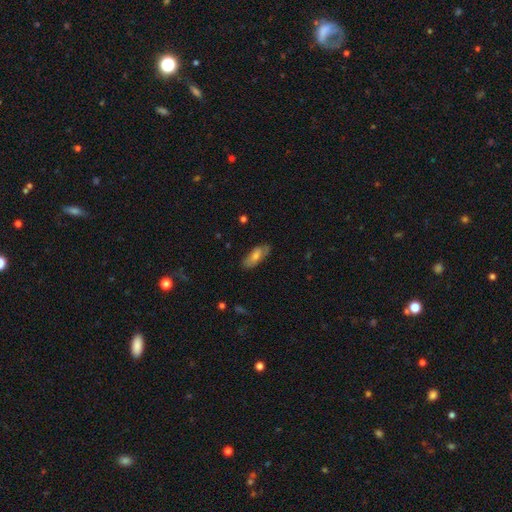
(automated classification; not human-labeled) Smooth or featured?
  - smooth: 61% *
  - featured or disk: 31%
  - star or artifact: 8%
How rounded?
  - in between: 75% *
  - cigar-shaped: 22%
  - round: 2%
Merging?
  - none: 77% *
  - minor disturbance: 18%
  - major disturbance: 4%
  - merger: 1%